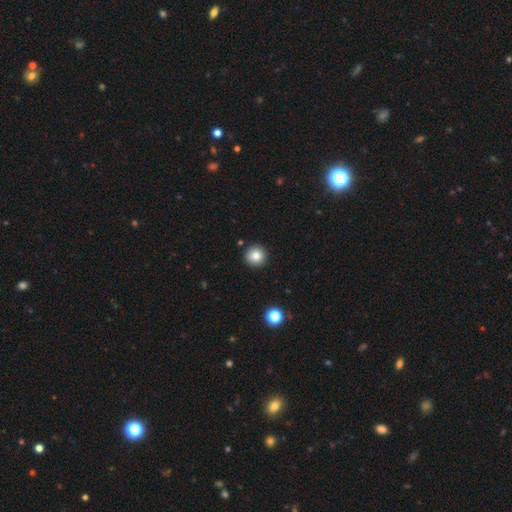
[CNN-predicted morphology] Q: Smooth or featured?
A: smooth (83%); runner-up: star or artifact (10%)
Q: How rounded?
A: round (95%); runner-up: in between (4%)
Q: Merging?
A: none (91%); runner-up: minor disturbance (5%)